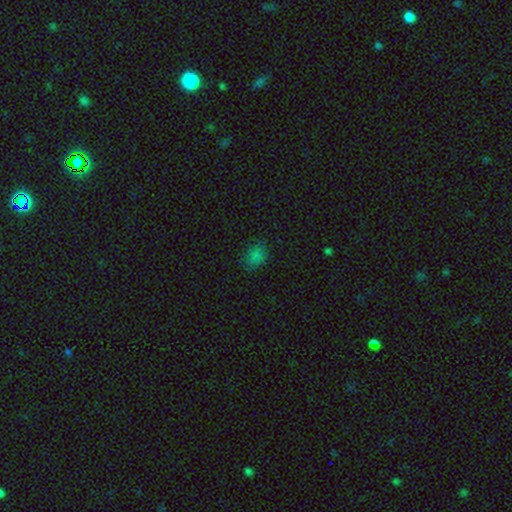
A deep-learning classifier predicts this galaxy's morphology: smooth 78%, star or artifact 16%, featured or disk 6%. Down the decision tree: how rounded — in between (72%); merging — none (76%).